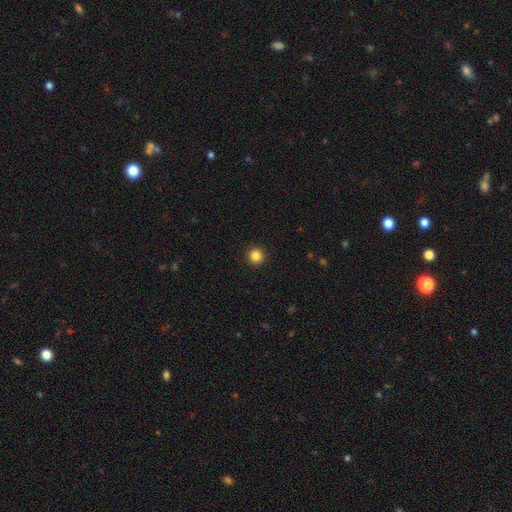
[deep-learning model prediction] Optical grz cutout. It shows a smooth galaxy with no disk features (85%) that is round (95%). Merging: none (93%).